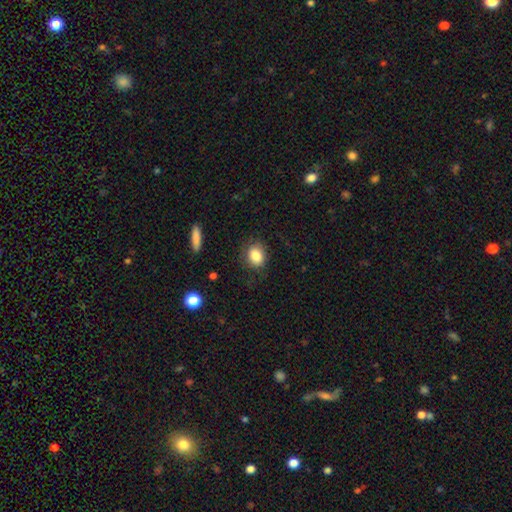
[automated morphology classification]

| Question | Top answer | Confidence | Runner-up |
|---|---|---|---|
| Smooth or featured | smooth | 85% | star or artifact (9%) |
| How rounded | round | 52% | in between (47%) |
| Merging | none | 79% | minor disturbance (15%) |